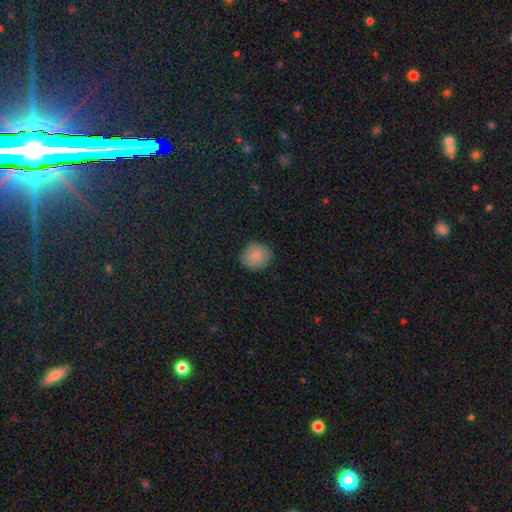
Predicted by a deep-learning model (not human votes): Q: Smooth or featured?
A: smooth (84%); runner-up: star or artifact (9%)
Q: How rounded?
A: round (79%); runner-up: in between (20%)
Q: Merging?
A: none (83%); runner-up: minor disturbance (13%)